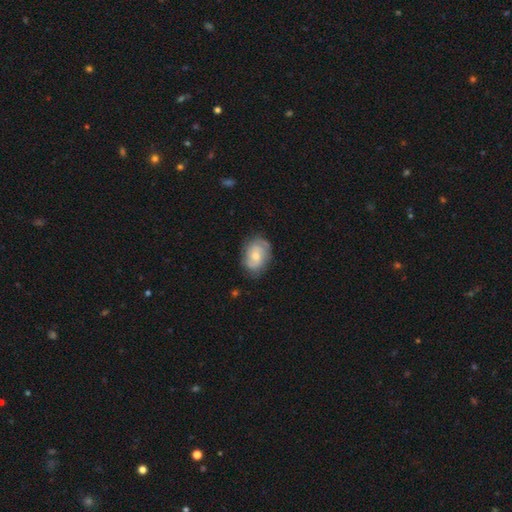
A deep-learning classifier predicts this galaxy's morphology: Smooth or featured? featured or disk (57%)
Edge-on disk? no (96%)
Bar? no (67%)
Spiral arms? yes (83%)
Bulge size? moderate (50%)
Merging? none (72%)